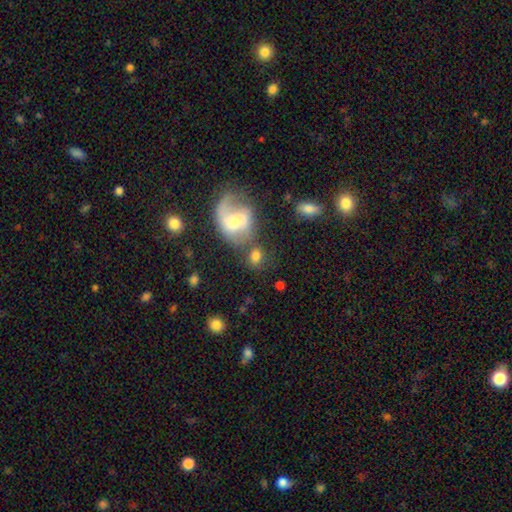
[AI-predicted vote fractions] smooth 70%, featured or disk 17%, star or artifact 12%. Down the decision tree: how rounded — round (58%); merging — none (57%).